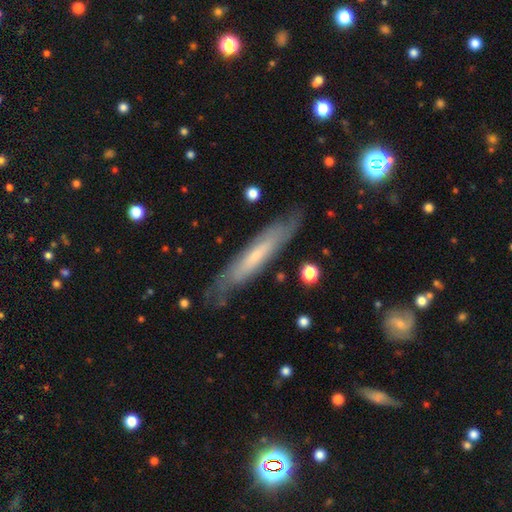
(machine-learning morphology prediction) Smooth or featured? featured or disk (55%)
Edge-on disk? yes (61%)
Merging? none (78%)